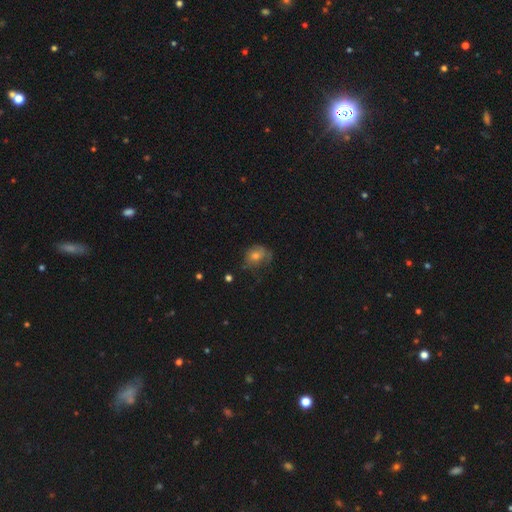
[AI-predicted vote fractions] Smooth or featured: smooth — 57% (featured or disk — 29%)
How rounded: round — 52% (in between — 47%)
Merging: none — 46% (minor disturbance — 30%)